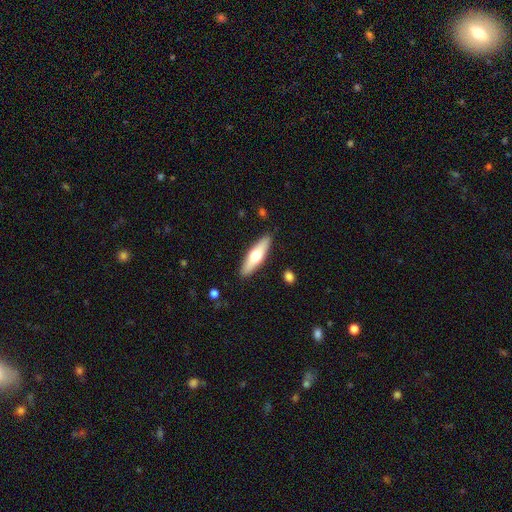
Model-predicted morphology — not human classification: Smooth or featured? smooth (53%)
How rounded? cigar-shaped (61%)
Merging? none (89%)